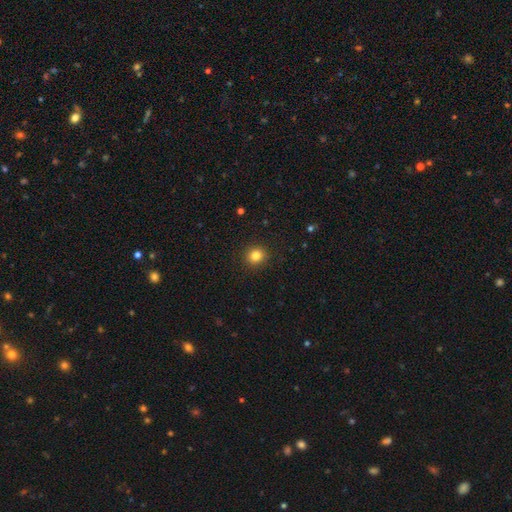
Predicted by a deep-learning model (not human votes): A smooth galaxy with no disk features (82%) that is round (88%). Merging: none (92%).